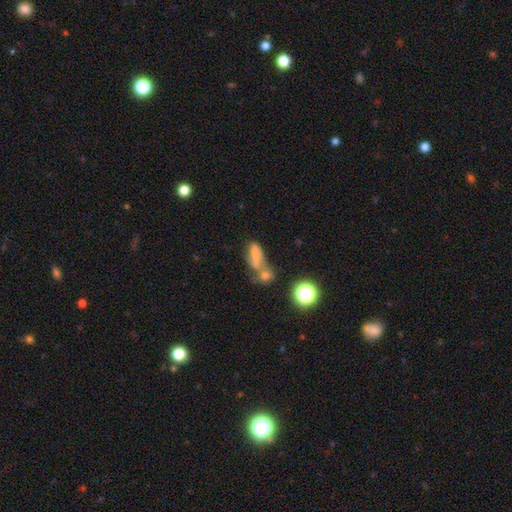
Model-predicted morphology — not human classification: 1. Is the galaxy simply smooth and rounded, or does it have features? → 61% smooth, 23% featured or disk, 17% star or artifact.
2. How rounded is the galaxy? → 77% in between, 12% round, 11% cigar-shaped.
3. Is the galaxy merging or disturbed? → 55% merger, 24% none, 12% minor disturbance, 10% major disturbance.